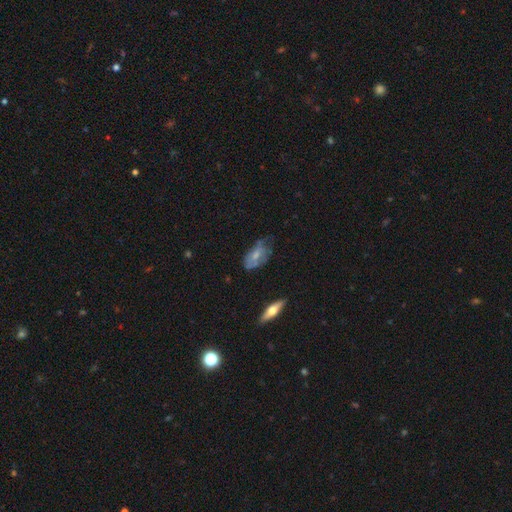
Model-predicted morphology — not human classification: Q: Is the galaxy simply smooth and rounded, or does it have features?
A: smooth — 49%.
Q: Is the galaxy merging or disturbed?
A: none — 38%.